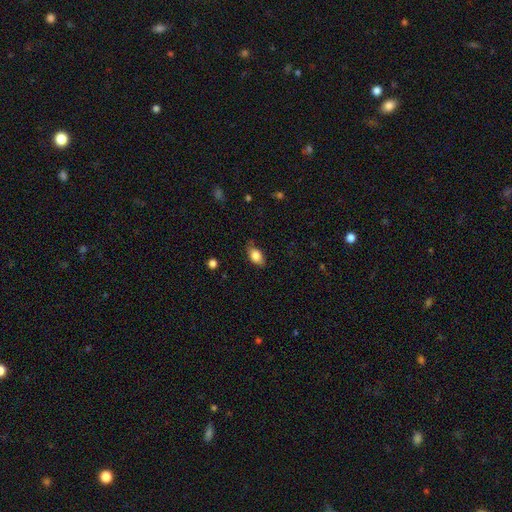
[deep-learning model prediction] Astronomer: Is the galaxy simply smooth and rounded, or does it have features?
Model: smooth — 82%.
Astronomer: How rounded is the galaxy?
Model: in between — 89%.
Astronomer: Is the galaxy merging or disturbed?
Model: none — 76%.